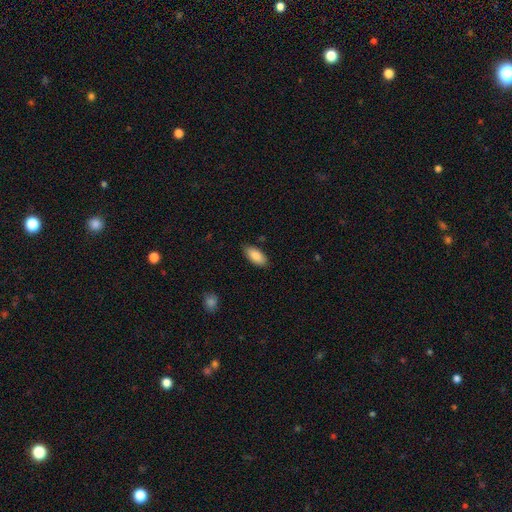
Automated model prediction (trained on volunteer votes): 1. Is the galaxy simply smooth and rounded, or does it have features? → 88% smooth, 6% star or artifact, 6% featured or disk.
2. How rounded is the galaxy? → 90% in between, 8% cigar-shaped, 2% round.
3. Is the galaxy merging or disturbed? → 85% none, 11% minor disturbance, 2% major disturbance, 1% merger.